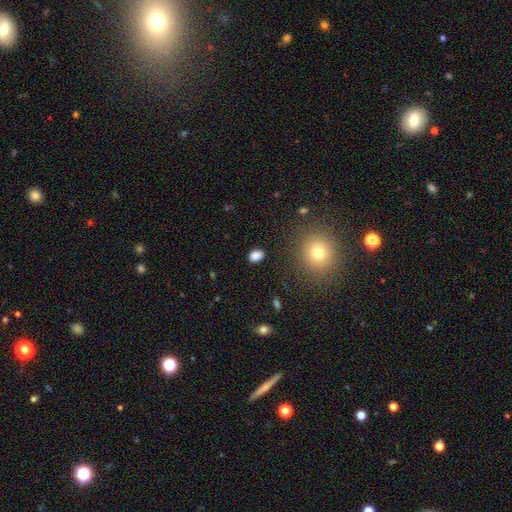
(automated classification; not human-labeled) smooth_or_featured: smooth (p=0.84) [alt: star or artifact p=0.12]
how_rounded: in between (p=0.72) [alt: round p=0.27]
merging: none (p=0.87) [alt: minor disturbance p=0.09]